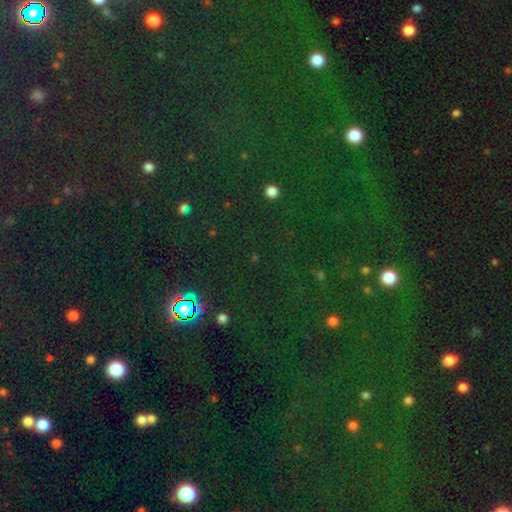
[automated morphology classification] Smooth or featured?
  - star or artifact: 78% *
  - smooth: 14%
  - featured or disk: 8%